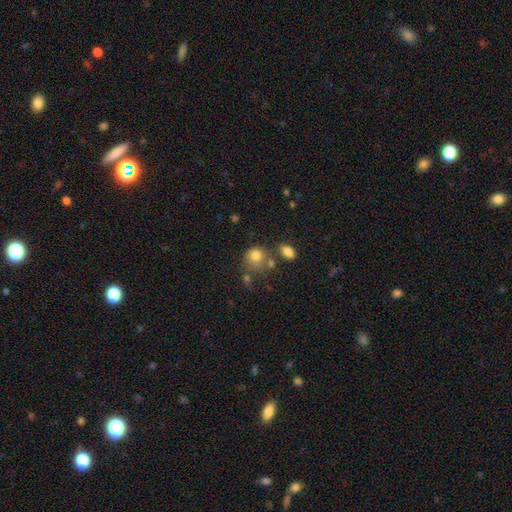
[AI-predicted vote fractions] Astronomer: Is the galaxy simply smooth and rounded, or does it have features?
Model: smooth — 79%.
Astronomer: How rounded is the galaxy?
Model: round — 73%.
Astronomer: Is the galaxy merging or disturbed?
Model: none — 50%.